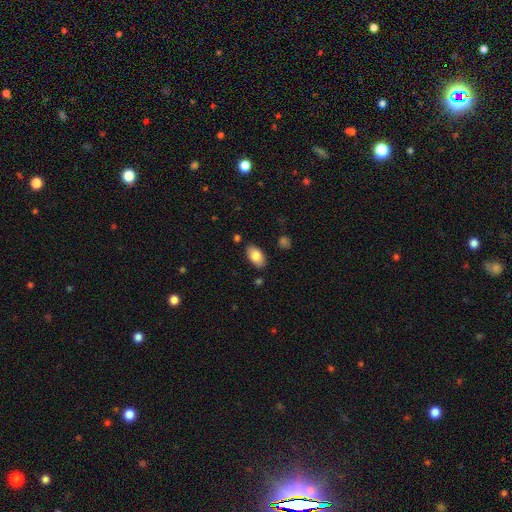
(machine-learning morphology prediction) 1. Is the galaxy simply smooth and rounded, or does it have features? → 82% smooth, 12% featured or disk, 7% star or artifact.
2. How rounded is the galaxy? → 94% in between, 4% round, 2% cigar-shaped.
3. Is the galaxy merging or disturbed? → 84% none, 11% minor disturbance, 2% merger, 2% major disturbance.